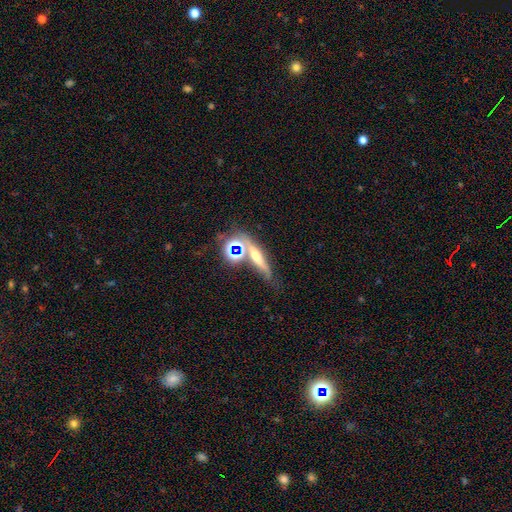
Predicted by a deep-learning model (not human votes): A featured or disk galaxy (45%). Merging: none (61%).